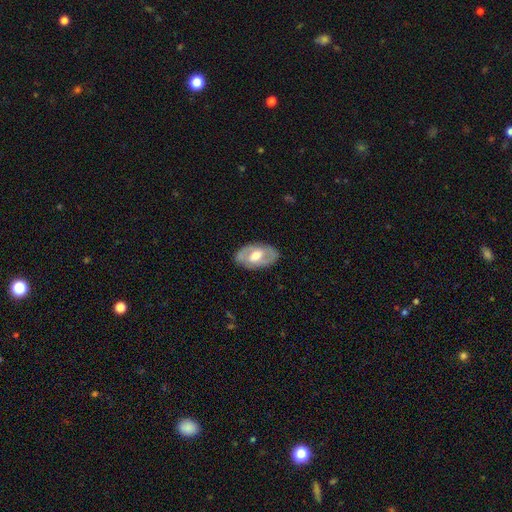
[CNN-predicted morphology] Smooth or featured? featured or disk (62%)
Edge-on disk? no (90%)
Bar? weak (40%)
Spiral arms? no (59%)
Bulge size? moderate (66%)
Merging? none (83%)